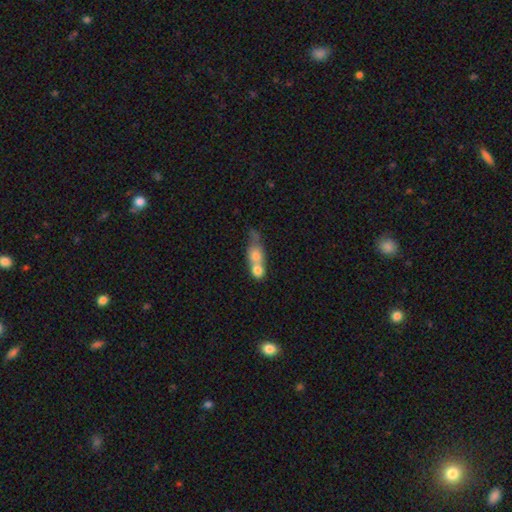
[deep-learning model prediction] smooth_or_featured: smooth (p=0.67) [alt: featured or disk p=0.24]
how_rounded: round (p=0.46) [alt: in between p=0.42]
merging: merger (p=0.72) [alt: none p=0.16]